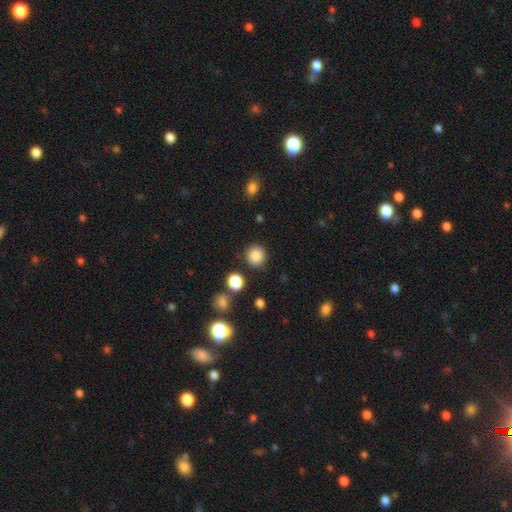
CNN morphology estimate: Q: Smooth or featured?
A: smooth (86%); runner-up: star or artifact (10%)
Q: How rounded?
A: round (93%); runner-up: in between (7%)
Q: Merging?
A: none (87%); runner-up: minor disturbance (7%)